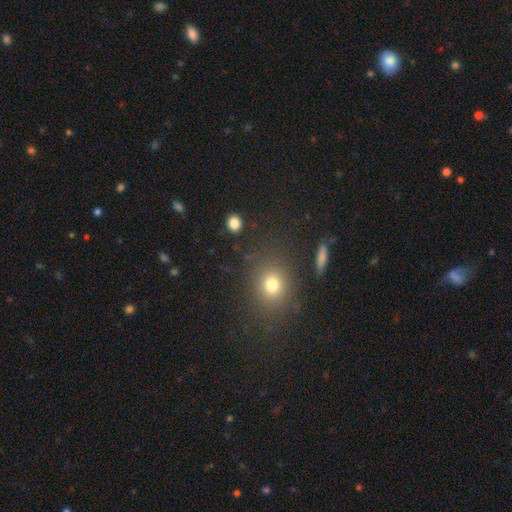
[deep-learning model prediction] Smooth or featured? smooth (60%)
How rounded? round (64%)
Merging? none (84%)